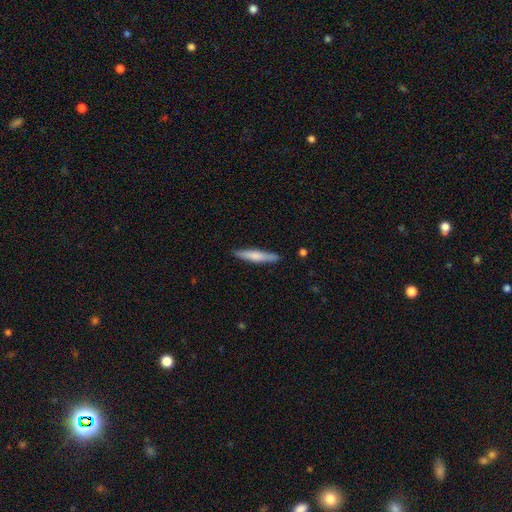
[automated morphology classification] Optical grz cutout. It shows a smooth galaxy with no disk features (61%) that is cigar-shaped (91%). Merging: none (88%).